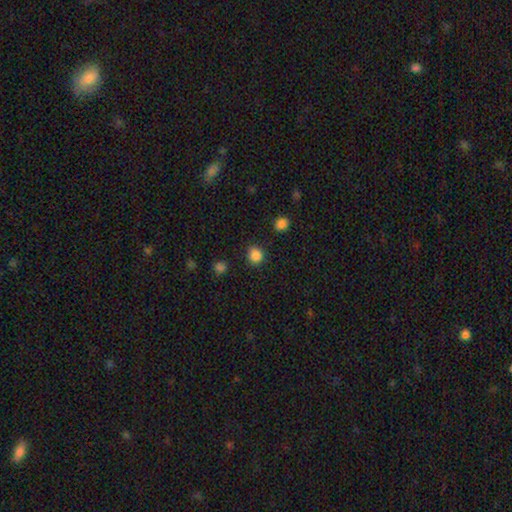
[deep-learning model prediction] Smooth or featured?
  - smooth: 85% *
  - star or artifact: 11%
  - featured or disk: 4%
How rounded?
  - round: 87% *
  - in between: 12%
  - cigar-shaped: 1%
Merging?
  - none: 87% *
  - minor disturbance: 9%
  - major disturbance: 2%
  - merger: 2%